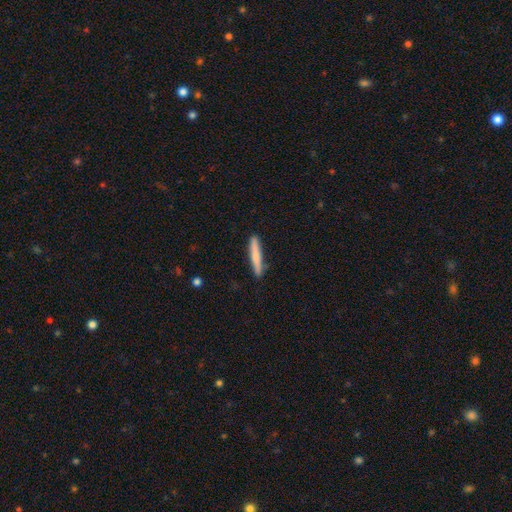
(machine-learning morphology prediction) A smooth galaxy with no disk features (68%) that is cigar-shaped (94%). Merging: none (88%).